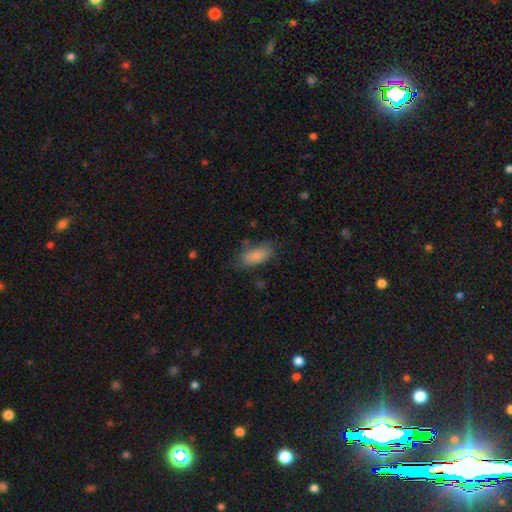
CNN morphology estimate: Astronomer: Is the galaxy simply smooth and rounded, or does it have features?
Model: smooth — 83%.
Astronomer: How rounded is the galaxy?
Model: in between — 86%.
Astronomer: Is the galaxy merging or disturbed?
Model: none — 66%.